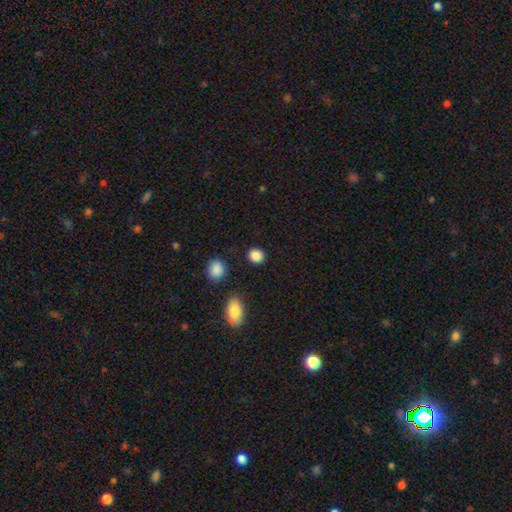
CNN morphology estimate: smooth 88%, star or artifact 9%, featured or disk 3%. Down the decision tree: how rounded — round (83%); merging — none (89%).